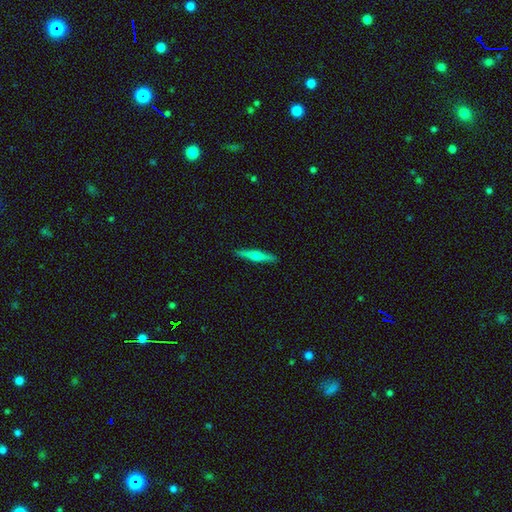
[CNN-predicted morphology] Smooth or featured?
  - featured or disk: 50% *
  - smooth: 44%
  - star or artifact: 6%
Edge-on disk?
  - yes: 96% *
  - no: 4%
Merging?
  - none: 91% *
  - minor disturbance: 7%
  - major disturbance: 1%
  - merger: 1%